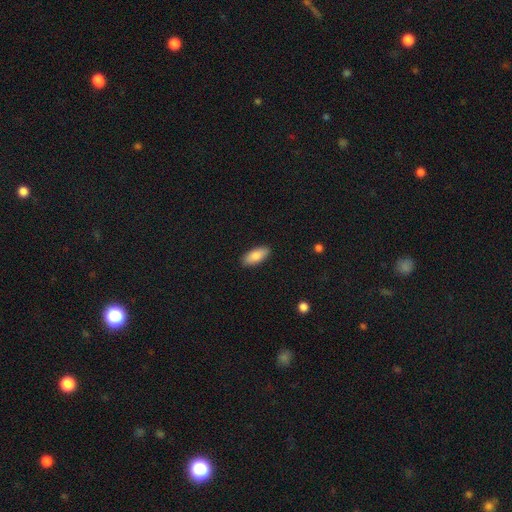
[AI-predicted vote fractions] The model was most divided on "how rounded": in between: 84%, cigar-shaped: 14%, round: 2%. More confident: merging — none (89%); smooth or featured — smooth (85%).